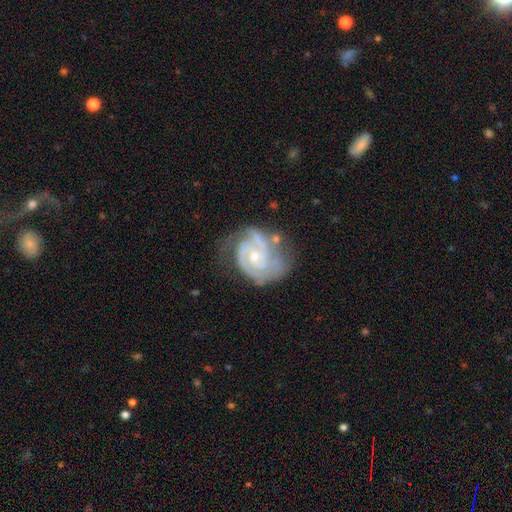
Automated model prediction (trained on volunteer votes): Smooth or featured? Predicted: featured or disk (p=0.90). Edge-on disk? Predicted: no (p=0.98). Bar? Predicted: no (p=0.66). Spiral arms? Predicted: yes (p=0.98). Spiral winding? Predicted: tight (p=0.64). Spiral arm count? Predicted: 2 (p=0.50). Bulge size? Predicted: small (p=0.56). Merging? Predicted: none (p=0.57).